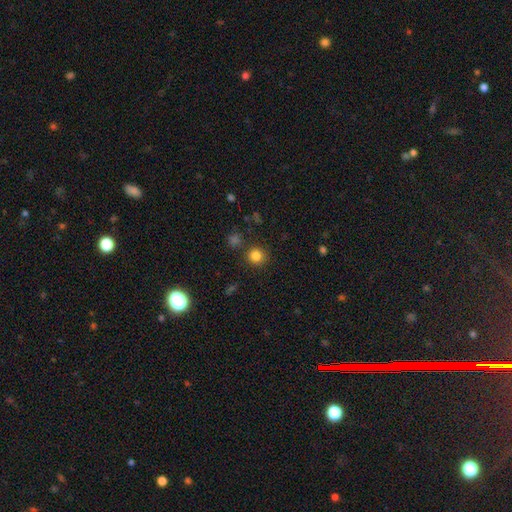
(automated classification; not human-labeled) Morphology: type=smooth (82%); roundness=round (92%); merging=none (87%).